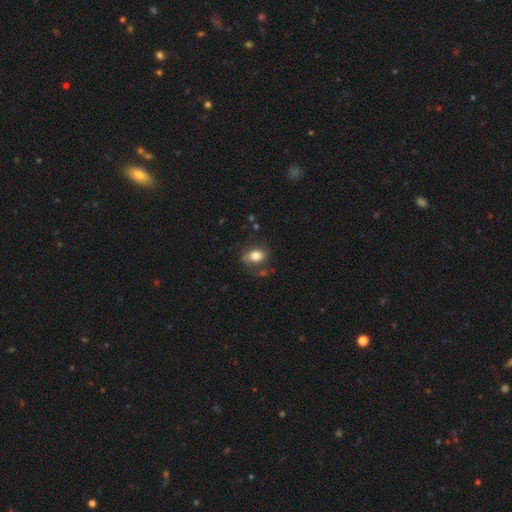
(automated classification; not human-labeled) The model was most divided on "how rounded": in between: 72%, round: 26%, cigar-shaped: 2%. More confident: smooth or featured — smooth (80%); merging — none (74%).